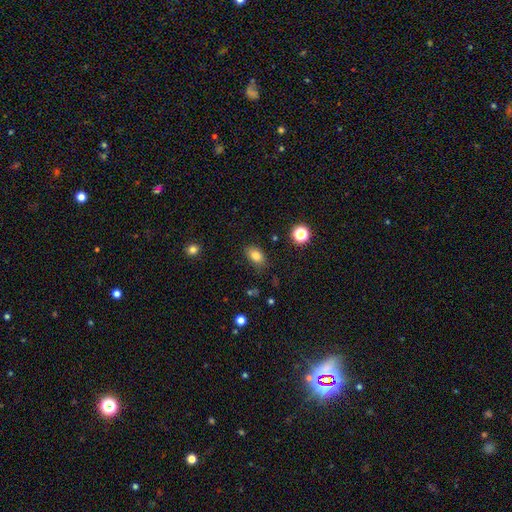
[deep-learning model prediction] This is clearly a smooth galaxy (82%). How rounded: clearly in between (85%). Merging: likely none (80%).